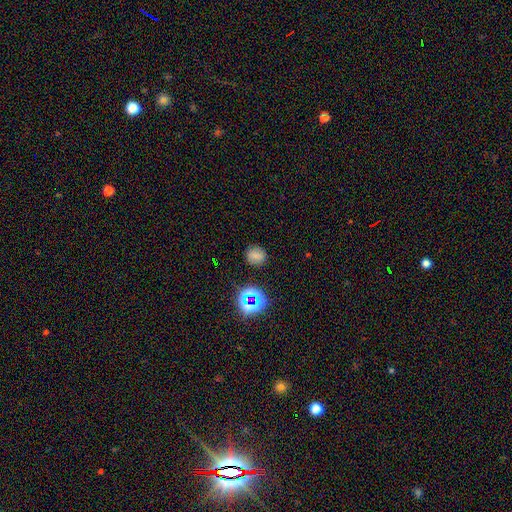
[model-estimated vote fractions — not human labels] Smooth or featured?
  - smooth: 68% *
  - star or artifact: 22%
  - featured or disk: 10%
How rounded?
  - round: 72% *
  - in between: 27%
  - cigar-shaped: 1%
Merging?
  - none: 84% *
  - minor disturbance: 11%
  - major disturbance: 3%
  - merger: 2%